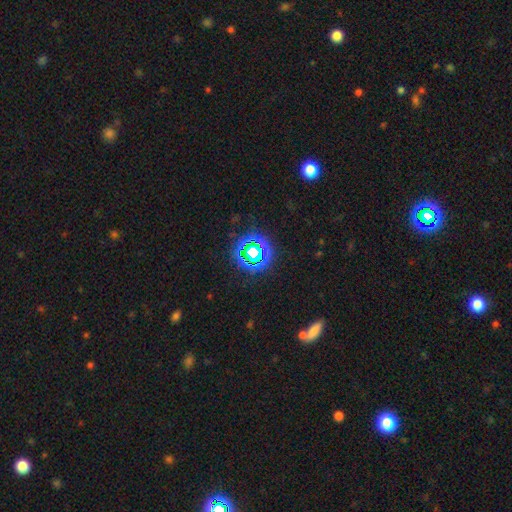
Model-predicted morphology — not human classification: Smooth or featured? Predicted: star or artifact (p=0.73).